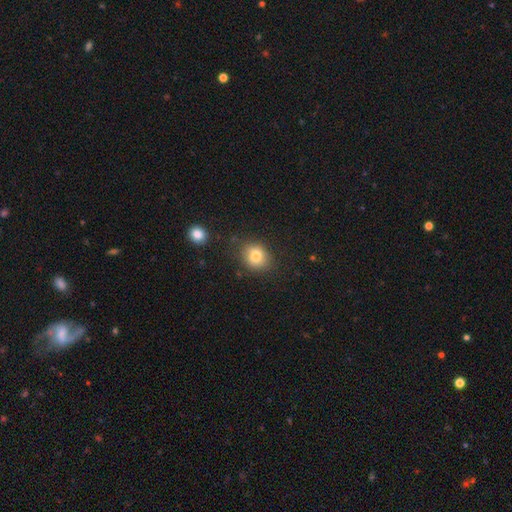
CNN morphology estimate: smooth 80%, star or artifact 11%, featured or disk 9%. Down the decision tree: how rounded — round (65%); merging — none (80%).